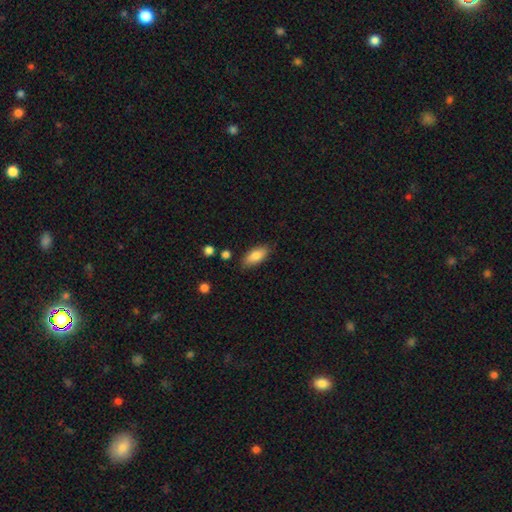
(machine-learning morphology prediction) Q: Smooth or featured?
A: smooth (82%); runner-up: featured or disk (11%)
Q: How rounded?
A: in between (86%); runner-up: cigar-shaped (11%)
Q: Merging?
A: none (83%); runner-up: minor disturbance (13%)